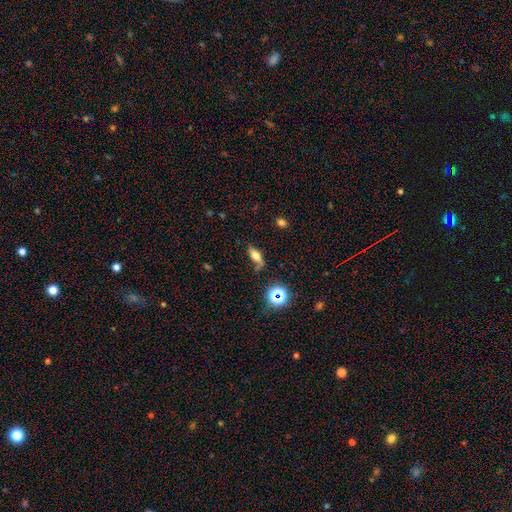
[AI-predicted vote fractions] Smooth or featured?
  - smooth: 58% *
  - featured or disk: 29%
  - star or artifact: 14%
How rounded?
  - in between: 68% *
  - cigar-shaped: 26%
  - round: 6%
Merging?
  - none: 63% *
  - minor disturbance: 22%
  - major disturbance: 9%
  - merger: 5%